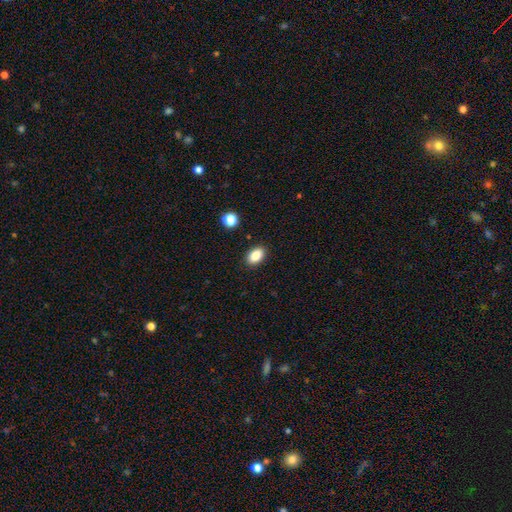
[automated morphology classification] Smooth or featured? smooth (86%)
How rounded? in between (88%)
Merging? none (89%)